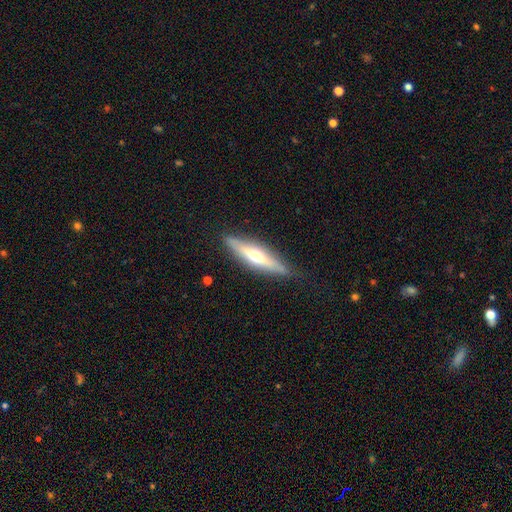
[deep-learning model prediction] Q: Smooth or featured?
A: featured or disk (60%); runner-up: smooth (34%)
Q: Edge-on disk?
A: yes (91%); runner-up: no (9%)
Q: Edge-on bulge?
A: rounded (84%); runner-up: boxy (8%)
Q: Merging?
A: none (83%); runner-up: minor disturbance (12%)